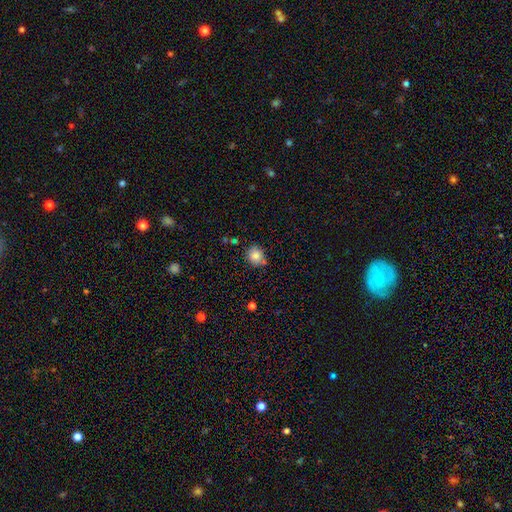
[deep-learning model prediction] smooth 83%, star or artifact 10%, featured or disk 7%. Down the decision tree: how rounded — round (79%); merging — none (73%).